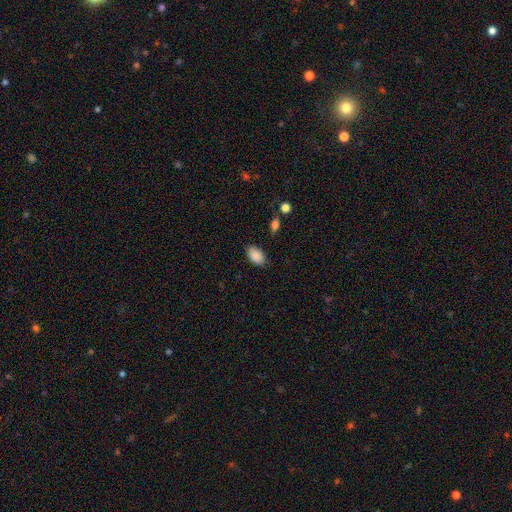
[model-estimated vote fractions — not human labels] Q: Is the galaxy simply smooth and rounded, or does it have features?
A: smooth — 89%.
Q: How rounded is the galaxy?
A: in between — 91%.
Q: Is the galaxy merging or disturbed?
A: none — 83%.